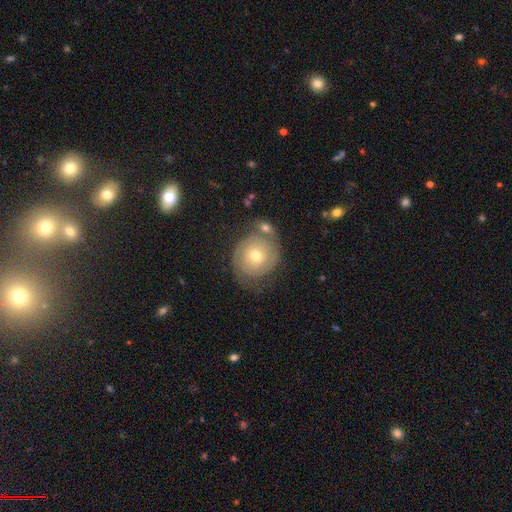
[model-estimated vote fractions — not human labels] Morphology: type=featured or disk (63%); edge-on=no (97%); bar=no (75%); spiral arms=yes (84%); winding=tight (62%); arm count=2 (74%); bulge=moderate (62%); merging=none (61%).